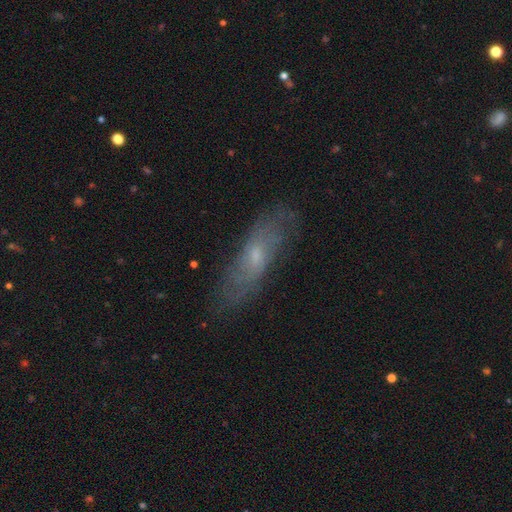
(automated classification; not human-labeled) Smooth or featured: featured or disk — 52% (smooth — 38%)
Edge-on disk: no — 67% (yes — 33%)
Merging: none — 76% (minor disturbance — 17%)